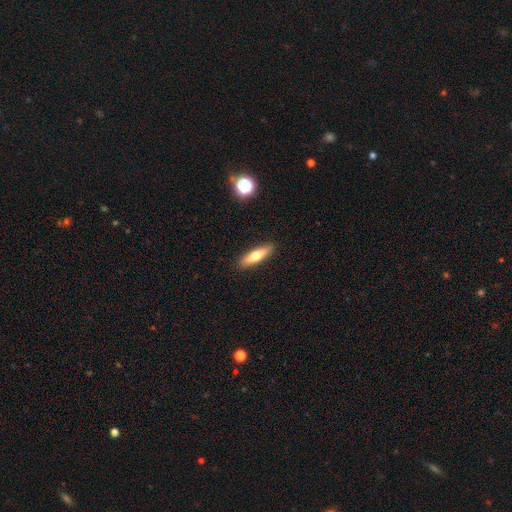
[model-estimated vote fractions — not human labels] Morphology: type=smooth (64%); roundness=cigar-shaped (69%); merging=none (89%).